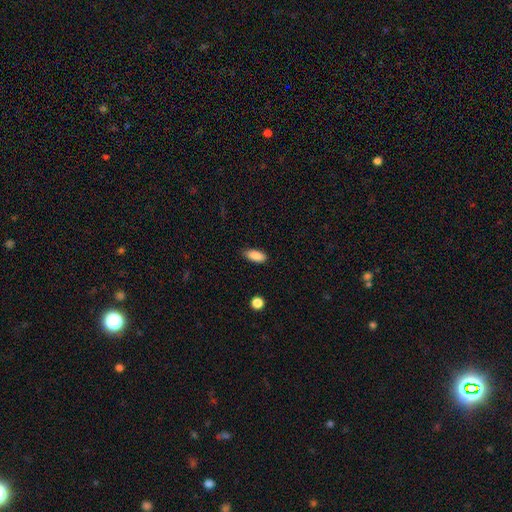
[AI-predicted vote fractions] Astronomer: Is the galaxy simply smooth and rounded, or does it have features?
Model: smooth — 89%.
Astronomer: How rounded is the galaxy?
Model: in between — 88%.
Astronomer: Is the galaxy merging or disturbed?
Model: none — 83%.